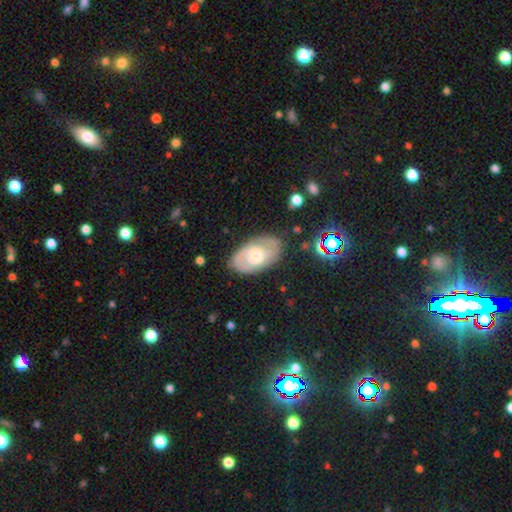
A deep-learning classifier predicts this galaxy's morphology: This appears to be a featured or disk galaxy (68%) with no bar (68%), spiral arms (73%) and a moderate central bulge (65%). Merging: none (79%).